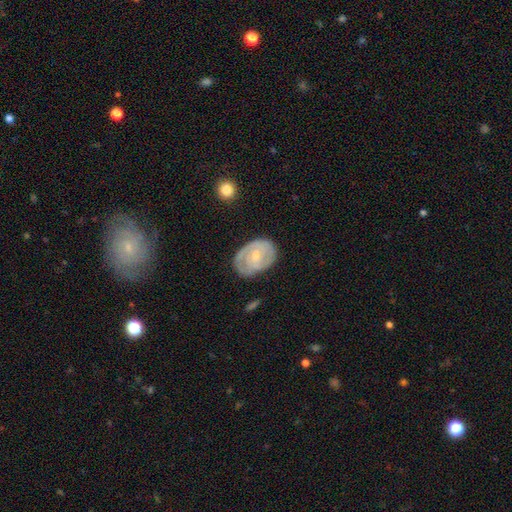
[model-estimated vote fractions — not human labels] A featured or disk galaxy (61%) with no bar (50%), spiral arms (74%) and a small central bulge (53%). Merging: none (66%).